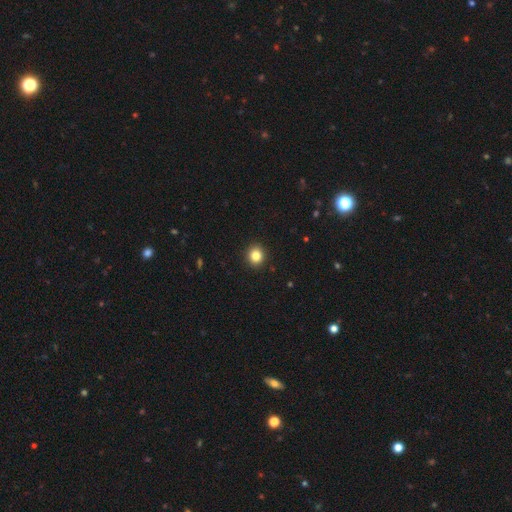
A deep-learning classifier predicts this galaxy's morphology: This is clearly a smooth galaxy (84%). How rounded: clearly round (84%). Merging: clearly none (92%).